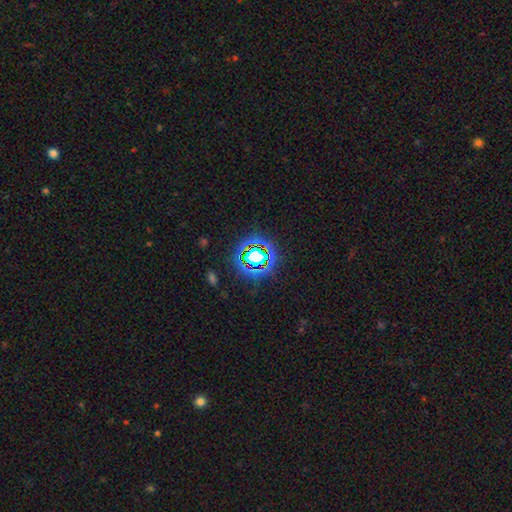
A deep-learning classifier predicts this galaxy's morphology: A star or artifact, not a galaxy (67%).

Vote fractions:
- Smooth or featured? star or artifact: 67% / smooth: 20% / featured or disk: 12%